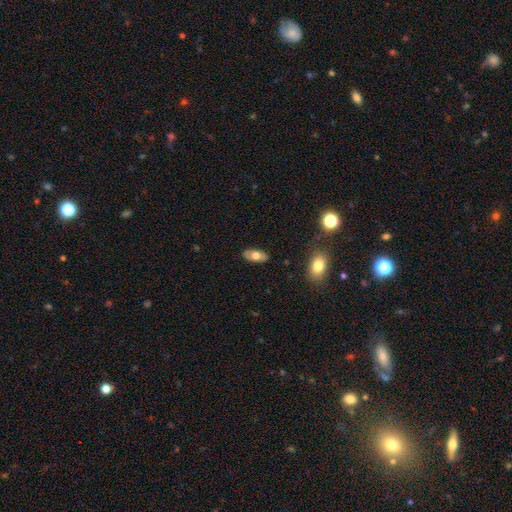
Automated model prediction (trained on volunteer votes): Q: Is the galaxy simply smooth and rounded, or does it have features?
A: smooth — 63%.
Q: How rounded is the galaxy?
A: in between — 89%.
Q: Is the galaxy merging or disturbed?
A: none — 86%.